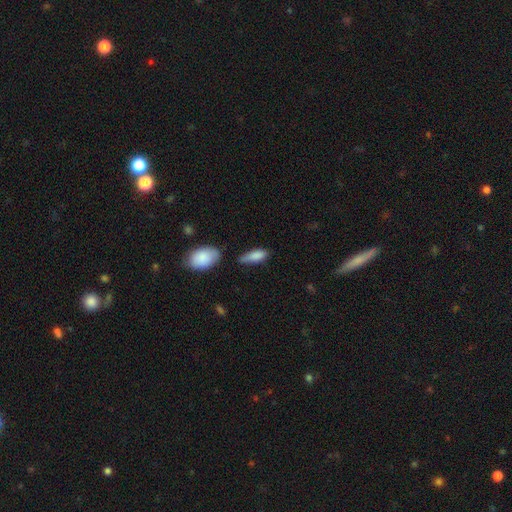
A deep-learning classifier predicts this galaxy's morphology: Smooth or featured: smooth — 83% (featured or disk — 9%)
How rounded: in between — 70% (cigar-shaped — 27%)
Merging: none — 48% (minor disturbance — 34%)